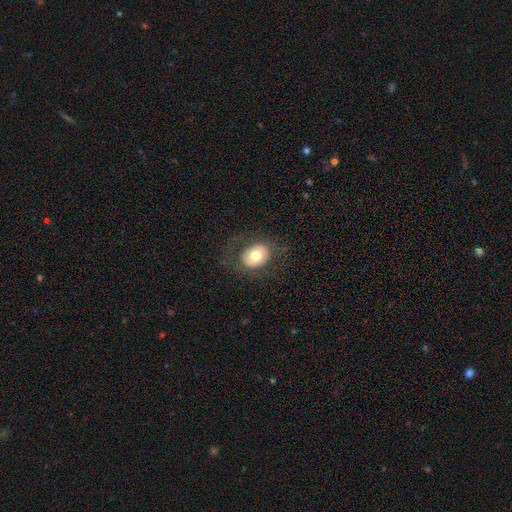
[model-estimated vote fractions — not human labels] Morphology: type=smooth (67%); roundness=in between (53%); merging=none (77%).